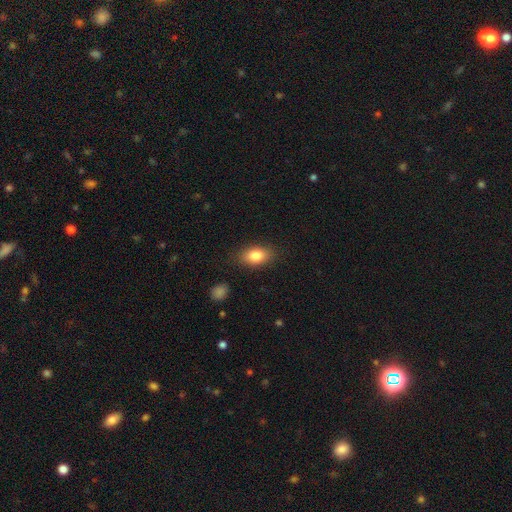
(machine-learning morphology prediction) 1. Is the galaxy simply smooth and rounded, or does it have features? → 82% smooth, 10% featured or disk, 8% star or artifact.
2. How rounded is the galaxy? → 86% in between, 11% round, 3% cigar-shaped.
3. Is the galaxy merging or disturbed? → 85% none, 11% minor disturbance, 3% major disturbance, 2% merger.